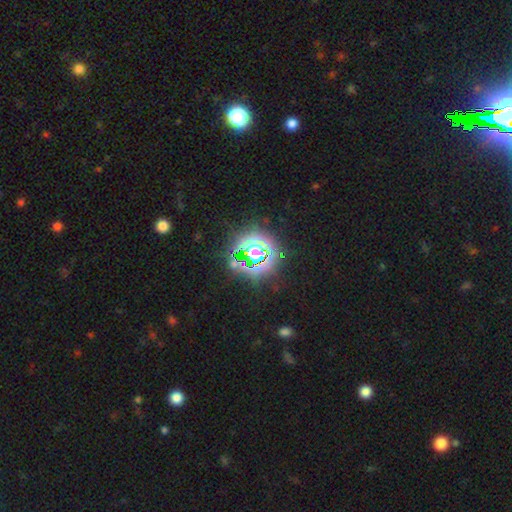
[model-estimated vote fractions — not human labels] This appears to be a star or artifact, not a galaxy (71%).